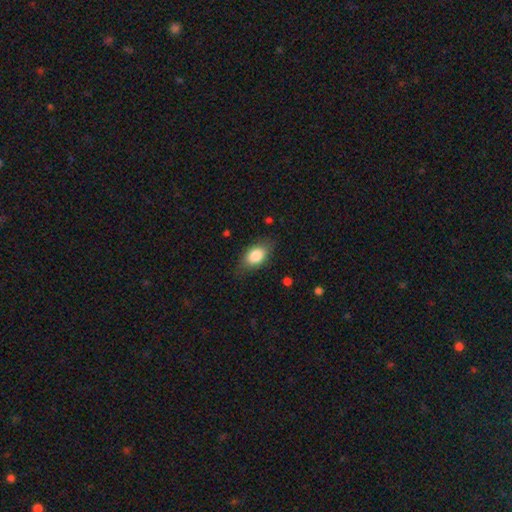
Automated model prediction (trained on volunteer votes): A smooth galaxy with no disk features (83%) that is in between round and cigar-shaped (86%).

Vote fractions:
- Smooth or featured? smooth: 83% / featured or disk: 10% / star or artifact: 7%
- How rounded? in between: 86% / round: 11% / cigar-shaped: 3%
- Merging? none: 75% / minor disturbance: 18% / major disturbance: 5% / merger: 1%